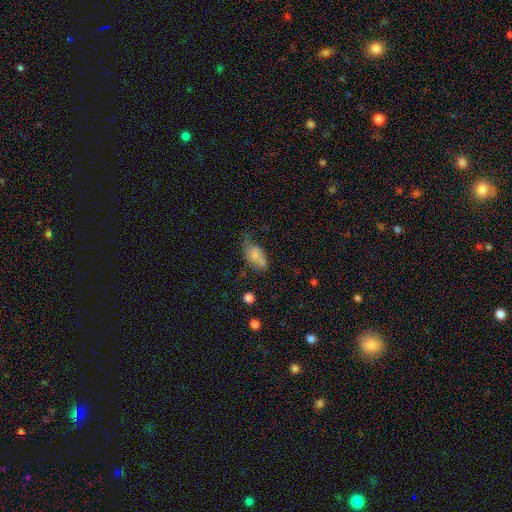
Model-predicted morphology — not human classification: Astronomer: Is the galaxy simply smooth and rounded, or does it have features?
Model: smooth — 61%.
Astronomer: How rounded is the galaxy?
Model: in between — 90%.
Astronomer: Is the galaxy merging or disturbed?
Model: none — 35% (runner-up: minor disturbance, 34%).